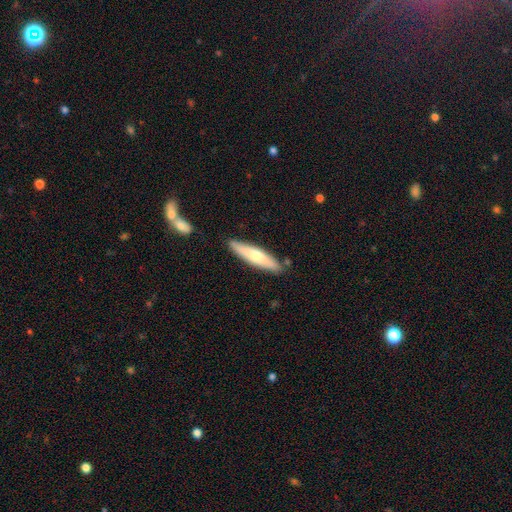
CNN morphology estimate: Smooth or featured? Predicted: smooth (p=0.62). How rounded? Predicted: cigar-shaped (p=0.80). Merging? Predicted: none (p=0.84).